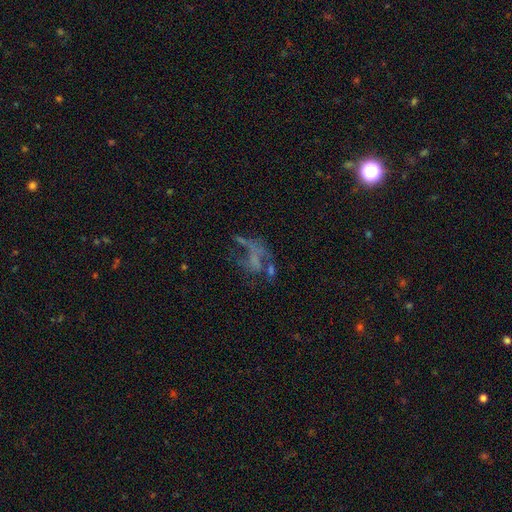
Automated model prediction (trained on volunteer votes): This is possibly a featured or disk galaxy (54%). It is clearly not viewed edge-on (96%). Bar: clearly no (82%). Spiral arm pattern: likely no (78%). Central bulge: clearly none (80%). Merging: marginally major disturbance (42%).